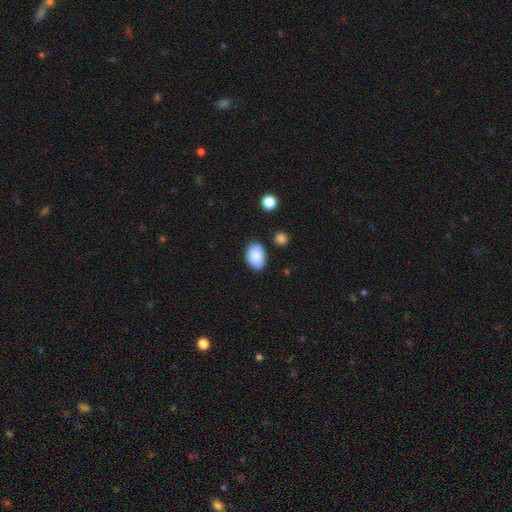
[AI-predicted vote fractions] A smooth galaxy with no disk features (87%) that is in between round and cigar-shaped (85%).

Vote fractions:
- Smooth or featured? smooth: 87% / star or artifact: 7% / featured or disk: 5%
- How rounded? in between: 85% / round: 14% / cigar-shaped: 1%
- Merging? none: 78% / minor disturbance: 15% / major disturbance: 3% / merger: 3%